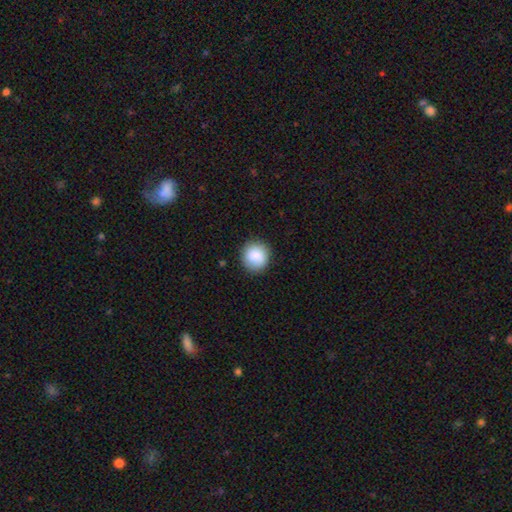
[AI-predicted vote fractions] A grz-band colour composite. It shows a smooth galaxy with no disk features (87%) that is round (91%). Merging: none (86%).